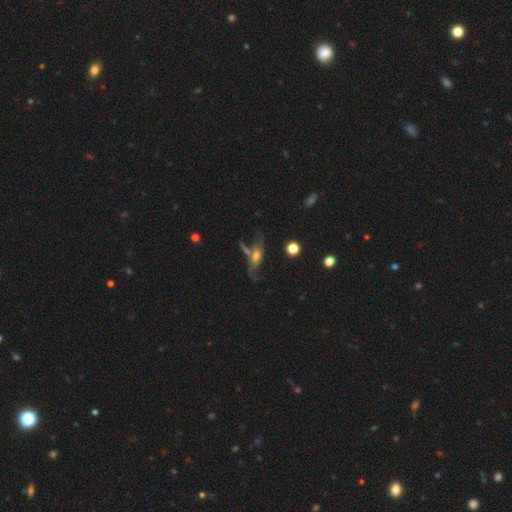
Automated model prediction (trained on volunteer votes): Smooth or featured? Predicted: featured or disk (p=0.60). Edge-on disk? Predicted: no (p=0.65). Merging? Predicted: none (p=0.44).